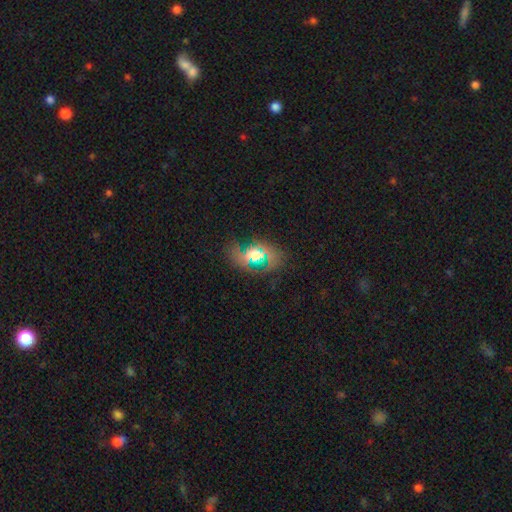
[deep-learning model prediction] smooth-or-featured: featured or disk: 50% | smooth: 33% | star or artifact: 17%
  disk-edge-on: no: 84% | yes: 16%
  merging: none: 71% | minor disturbance: 17% | major disturbance: 10% | merger: 2%